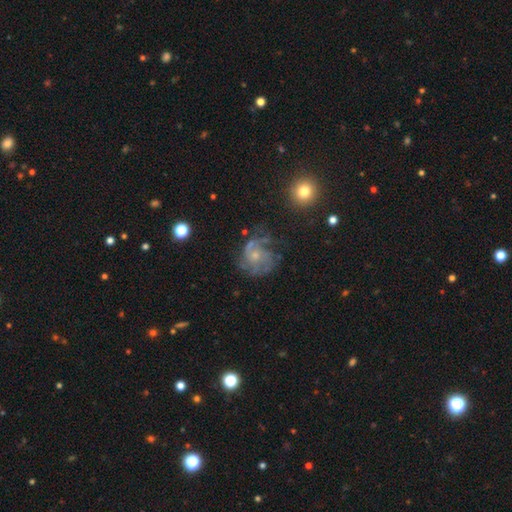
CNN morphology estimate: Smooth or featured? Predicted: featured or disk (p=0.73). Edge-on disk? Predicted: no (p=0.98). Bar? Predicted: no (p=0.78). Spiral arms? Predicted: yes (p=0.85). Spiral winding? Predicted: medium (p=0.44). Spiral arm count? Predicted: can't tell (p=0.31). Bulge size? Predicted: small (p=0.61). Merging? Predicted: none (p=0.50).